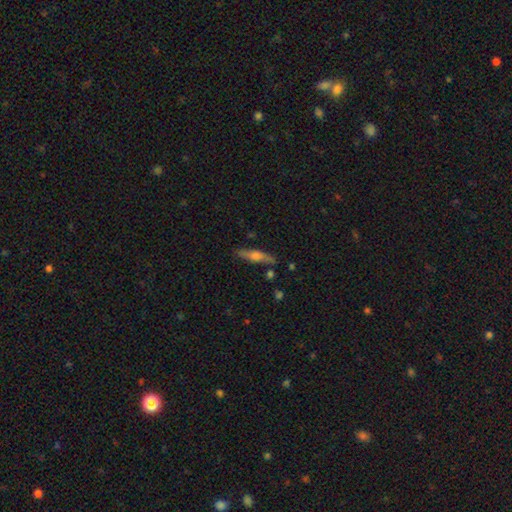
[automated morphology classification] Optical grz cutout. It shows a featured or disk galaxy (55%) viewed edge-on (90%). Merging: none (83%).